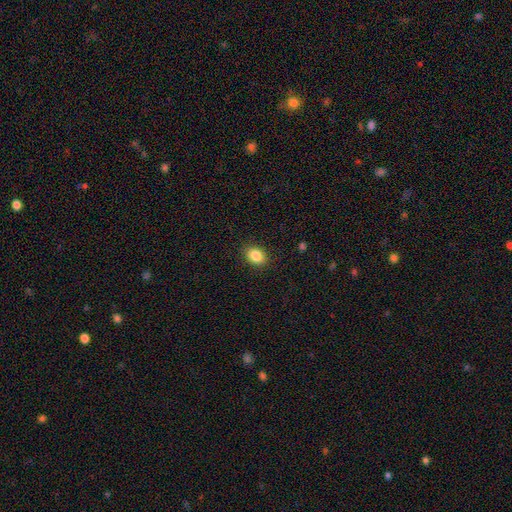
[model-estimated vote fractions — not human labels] A smooth galaxy with no disk features (86%) that is in between round and cigar-shaped (67%).

Vote fractions:
- Smooth or featured? smooth: 86% / star or artifact: 9% / featured or disk: 5%
- How rounded? in between: 67% / round: 32% / cigar-shaped: 1%
- Merging? none: 89% / minor disturbance: 8% / major disturbance: 2% / merger: 1%